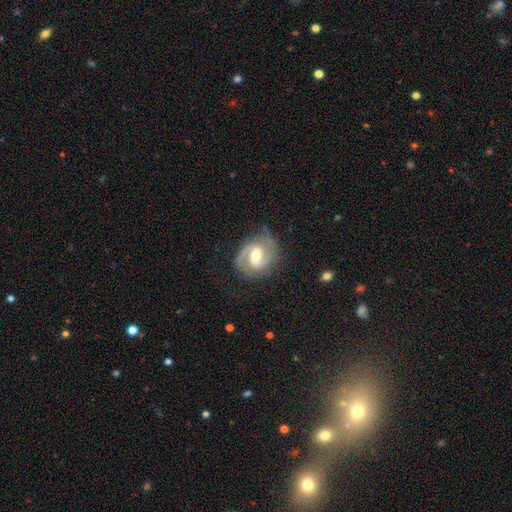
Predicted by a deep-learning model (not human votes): smooth_or_featured: featured or disk (p=0.88) [alt: smooth p=0.07]
disk_edge_on: no (p=0.98) [alt: yes p=0.02]
bar: weak (p=0.53) [alt: strong p=0.28]
has_spiral_arms: yes (p=0.97) [alt: no p=0.03]
spiral_winding: medium (p=0.58) [alt: tight p=0.25]
spiral_arm_count: 2 (p=0.90) [alt: can't tell p=0.03]
bulge_size: moderate (p=0.68) [alt: small p=0.22]
merging: none (p=0.76) [alt: minor disturbance p=0.16]